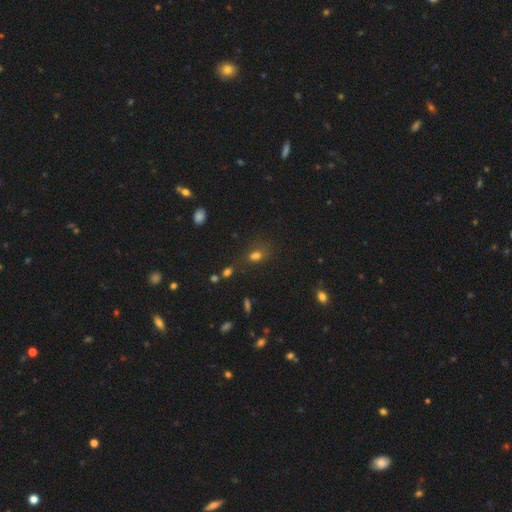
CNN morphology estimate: Smooth or featured: smooth — 69% (star or artifact — 22%)
How rounded: in between — 61% (round — 36%)
Merging: none — 52% (merger — 18%)